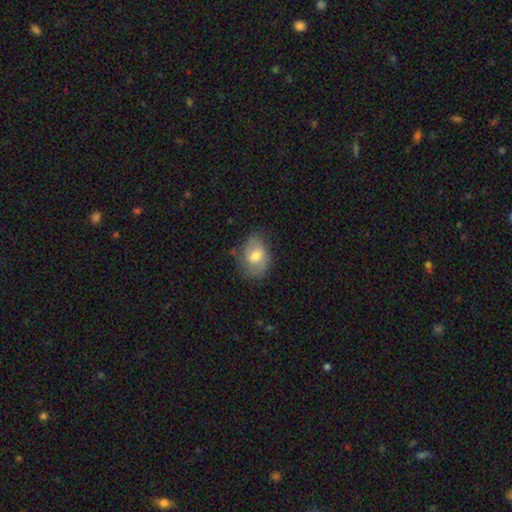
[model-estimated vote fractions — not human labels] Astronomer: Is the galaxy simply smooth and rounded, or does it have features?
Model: smooth — 60%.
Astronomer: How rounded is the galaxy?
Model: in between — 68%.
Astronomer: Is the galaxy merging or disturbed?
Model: none — 60%.